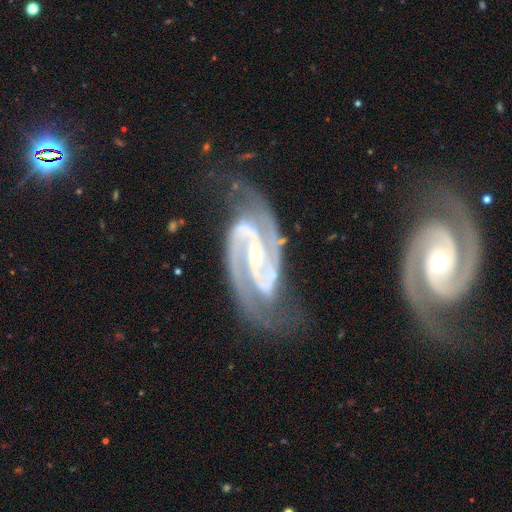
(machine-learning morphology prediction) The model was most divided on "bar": strong: 47%, weak: 35%, no: 18%. More confident: spiral arms — yes (99%); edge-on disk — no (97%); smooth or featured — featured or disk (94%); spiral arm count — 2 (94%); bulge size — small (70%); merging — none (68%); spiral winding — medium (56%).